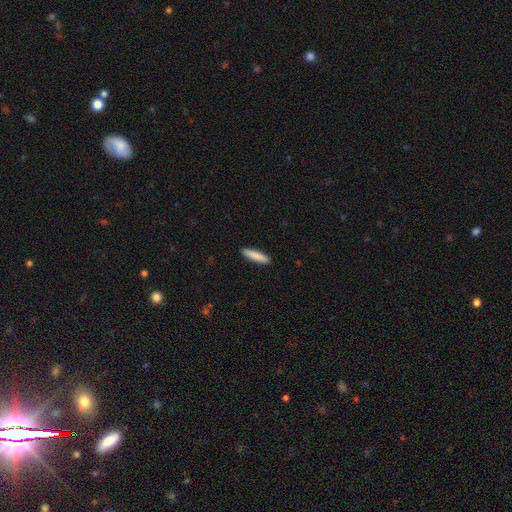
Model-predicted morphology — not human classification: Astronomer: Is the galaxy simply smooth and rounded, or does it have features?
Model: smooth — 86%.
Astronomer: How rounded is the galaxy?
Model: cigar-shaped — 83%.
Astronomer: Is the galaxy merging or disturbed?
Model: none — 92%.